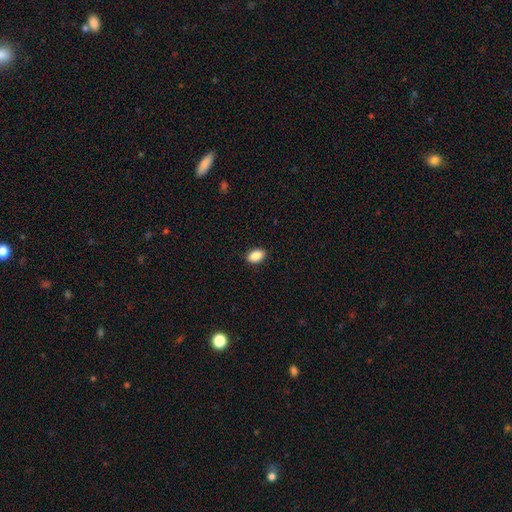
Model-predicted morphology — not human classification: Smooth or featured?
  - smooth: 88% *
  - star or artifact: 8%
  - featured or disk: 4%
How rounded?
  - in between: 89% *
  - round: 10%
  - cigar-shaped: 2%
Merging?
  - none: 90% *
  - minor disturbance: 8%
  - major disturbance: 2%
  - merger: 1%